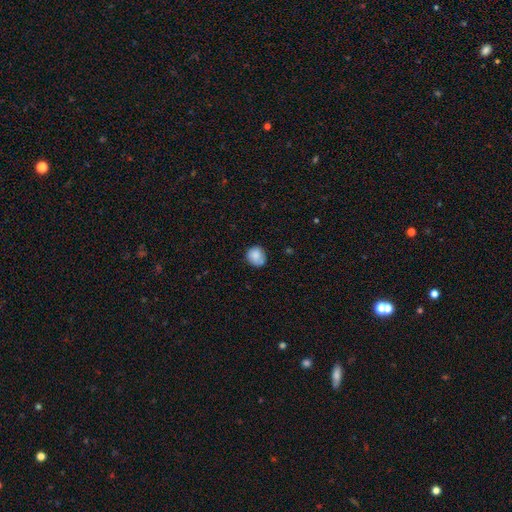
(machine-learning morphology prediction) Smooth or featured? smooth (84%)
How rounded? round (82%)
Merging? none (72%)